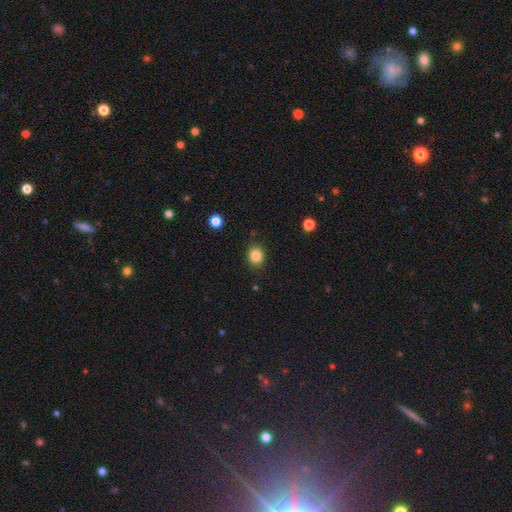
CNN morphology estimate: This appears to be a smooth galaxy with no disk features (84%) that is round (69%). Merging: none (86%).